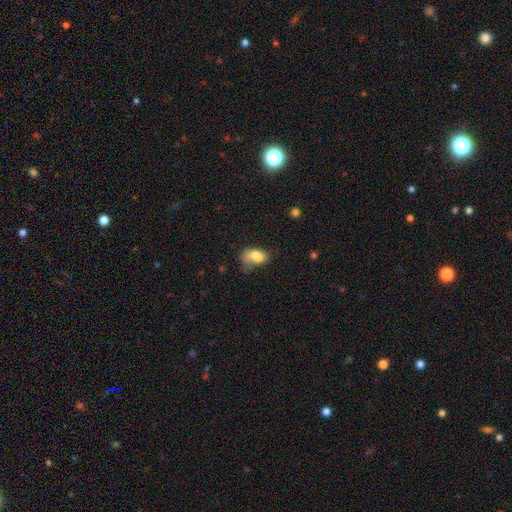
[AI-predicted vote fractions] Q: Smooth or featured?
A: smooth (74%); runner-up: featured or disk (17%)
Q: How rounded?
A: in between (83%); runner-up: round (15%)
Q: Merging?
A: minor disturbance (34%); runner-up: none (28%)